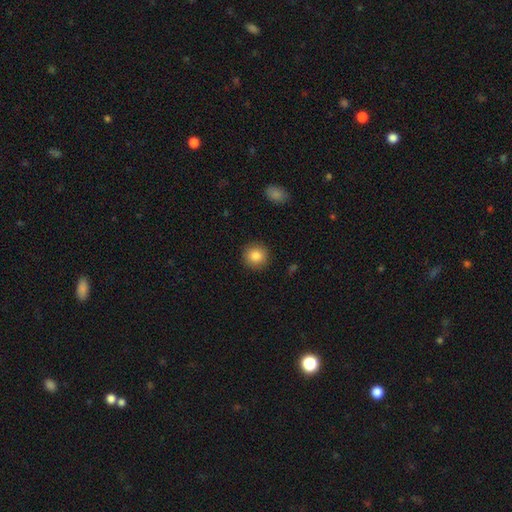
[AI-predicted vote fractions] A smooth galaxy with no disk features (85%) that is round (93%).

Vote fractions:
- Smooth or featured? smooth: 85% / star or artifact: 9% / featured or disk: 6%
- How rounded? round: 93% / in between: 6% / cigar-shaped: 1%
- Merging? none: 91% / minor disturbance: 6% / major disturbance: 2% / merger: 1%